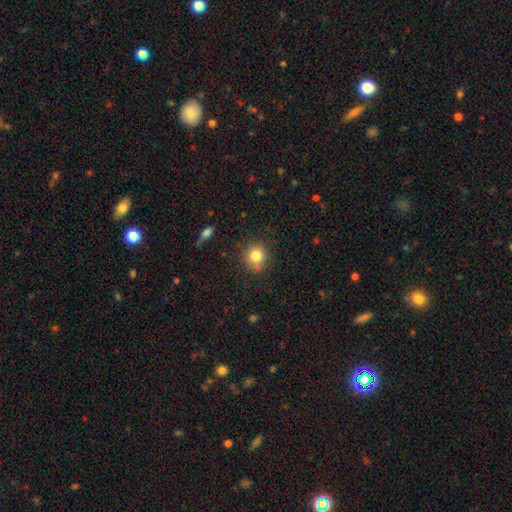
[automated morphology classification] The model was most divided on "merging": none: 81%, minor disturbance: 13%, major disturbance: 3%, merger: 3%. More confident: how rounded — round (84%); smooth or featured — smooth (81%).